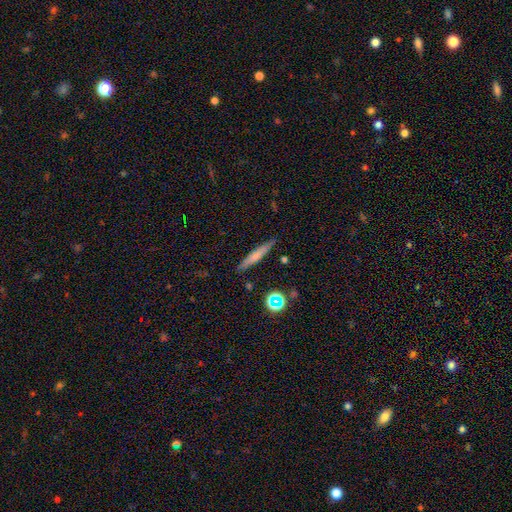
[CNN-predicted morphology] This is possibly a smooth galaxy (56%). How rounded: clearly cigar-shaped (92%). Merging: clearly none (87%).